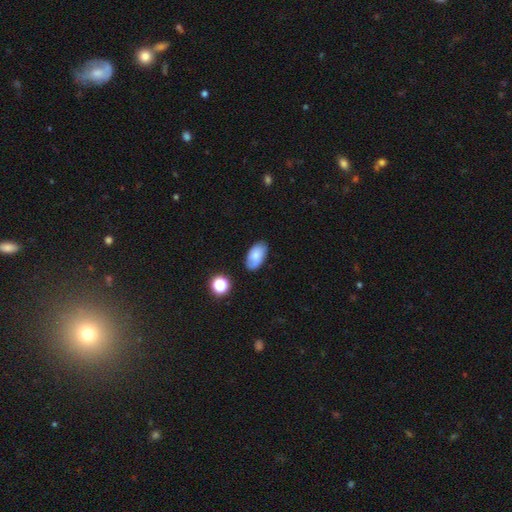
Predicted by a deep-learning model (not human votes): Q: Smooth or featured?
A: smooth (70%); runner-up: featured or disk (21%)
Q: How rounded?
A: in between (93%); runner-up: round (5%)
Q: Merging?
A: none (75%); runner-up: minor disturbance (18%)